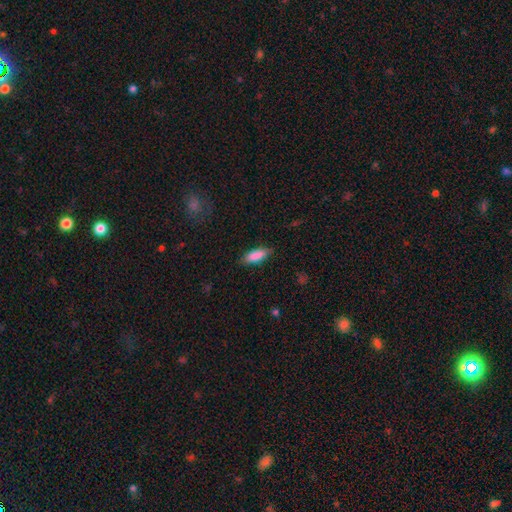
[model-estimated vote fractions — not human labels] This appears to be a smooth galaxy with no disk features (86%) that is in between round and cigar-shaped (63%). Merging: none (81%).